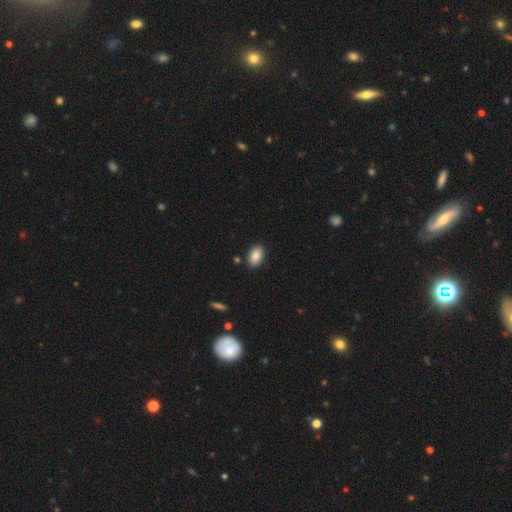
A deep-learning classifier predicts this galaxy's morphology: Smooth or featured? smooth (88%)
How rounded? in between (91%)
Merging? none (88%)